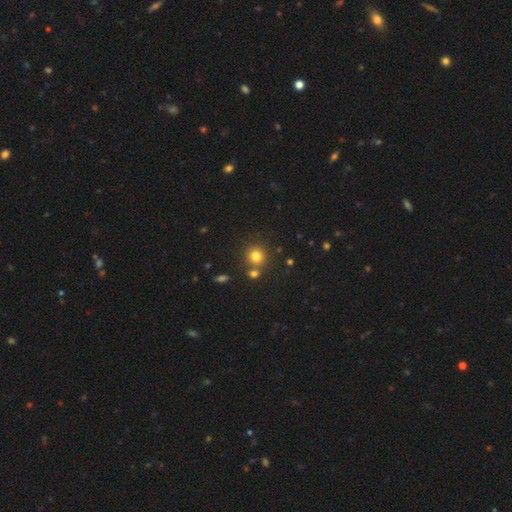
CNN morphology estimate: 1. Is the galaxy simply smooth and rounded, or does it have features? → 79% smooth, 14% star or artifact, 8% featured or disk.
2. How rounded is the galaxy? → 89% round, 10% in between, 1% cigar-shaped.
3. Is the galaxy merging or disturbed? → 74% none, 16% merger, 8% minor disturbance, 3% major disturbance.